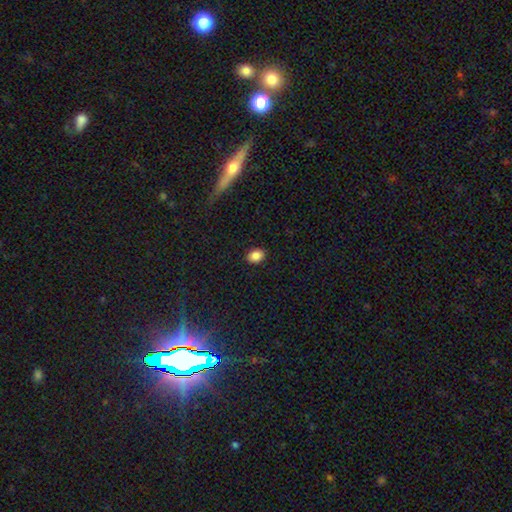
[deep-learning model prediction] The model was most divided on "how rounded": in between: 62%, round: 37%, cigar-shaped: 1%. More confident: merging — none (89%); smooth or featured — smooth (86%).